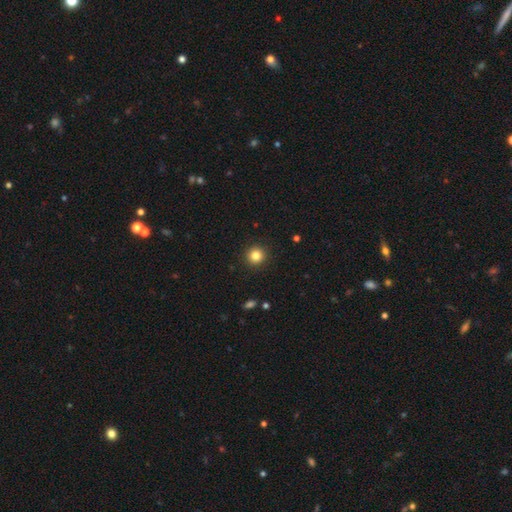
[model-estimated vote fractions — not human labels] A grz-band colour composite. It shows a smooth galaxy with no disk features (83%) that is round (95%). Merging: none (92%).